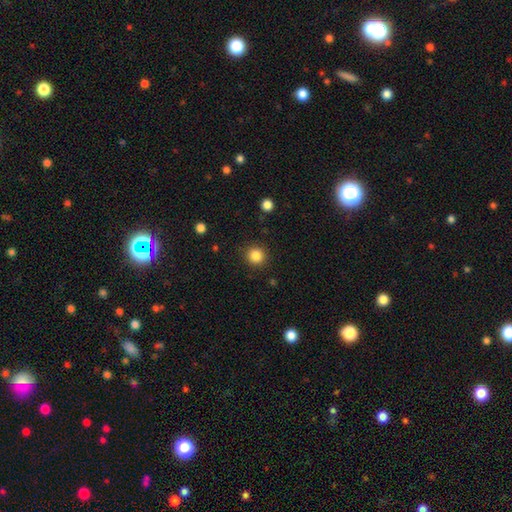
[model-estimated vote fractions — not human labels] smooth_or_featured: smooth (p=0.84) [alt: star or artifact p=0.11]
how_rounded: round (p=0.93) [alt: in between p=0.06]
merging: none (p=0.90) [alt: minor disturbance p=0.06]